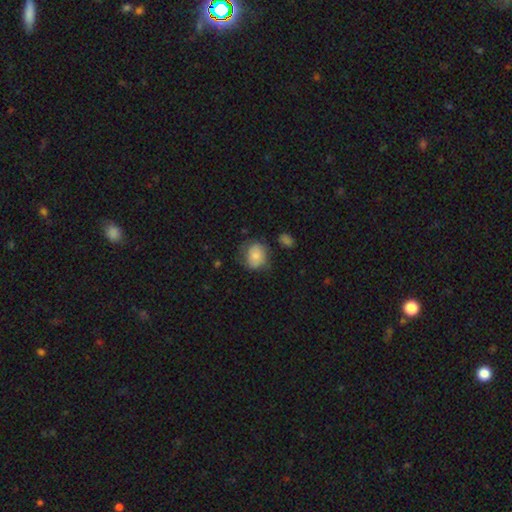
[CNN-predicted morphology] smooth 77%, featured or disk 15%, star or artifact 8%. Down the decision tree: how rounded — round (56%); merging — none (56%).